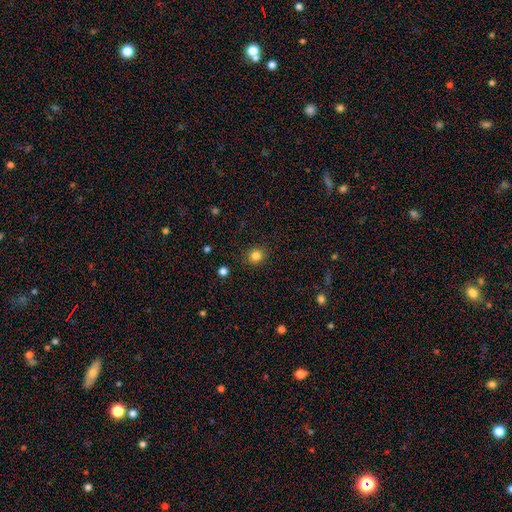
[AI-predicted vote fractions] The model was most divided on "how rounded": round: 84%, in between: 15%, cigar-shaped: 1%. More confident: merging — none (90%); smooth or featured — smooth (83%).